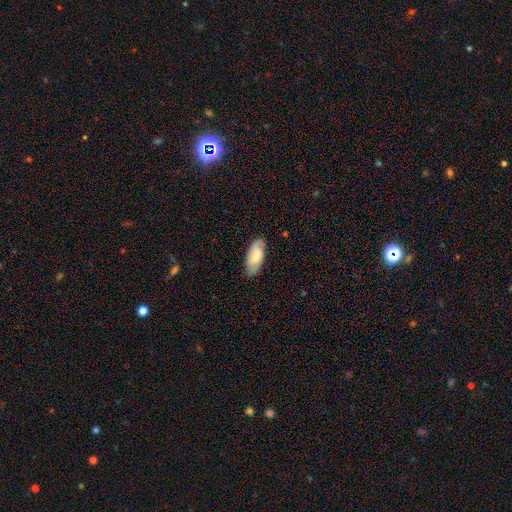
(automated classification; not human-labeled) Morphology: type=smooth (57%); roundness=in between (89%); merging=none (79%).